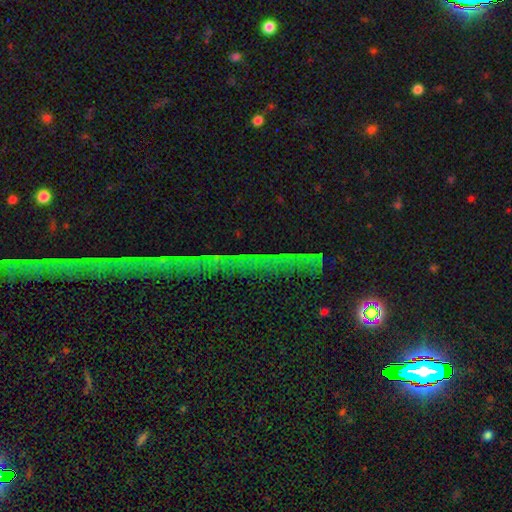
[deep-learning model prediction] Overall: star or artifact (83%).